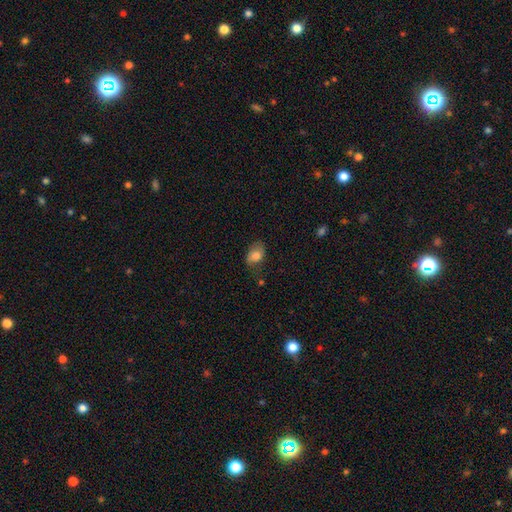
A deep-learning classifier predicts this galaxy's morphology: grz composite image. It shows a smooth galaxy with no disk features (75%) that is in between round and cigar-shaped (83%). Merging: none (61%).